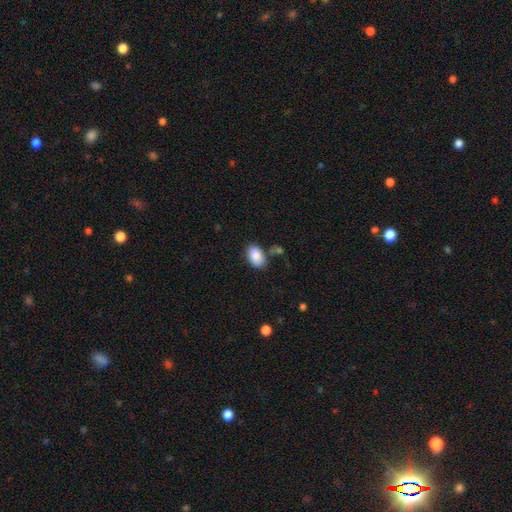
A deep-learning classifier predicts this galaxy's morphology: A smooth galaxy with no disk features (88%) that is in between round and cigar-shaped (92%). Merging: none (74%).